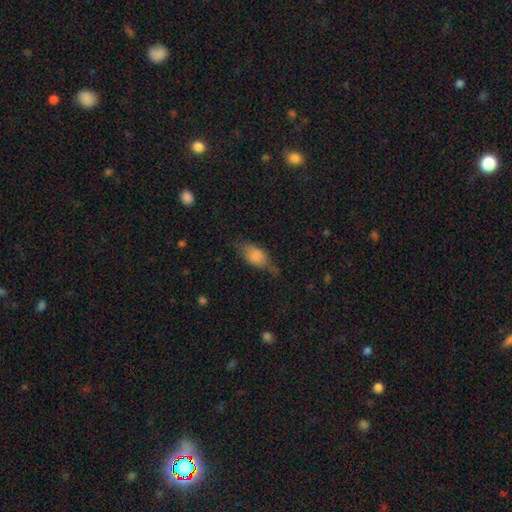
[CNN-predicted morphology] The model was most divided on "merging": none: 49%, minor disturbance: 32%, major disturbance: 16%, merger: 2%. More confident: how rounded — in between (84%); smooth or featured — smooth (73%).